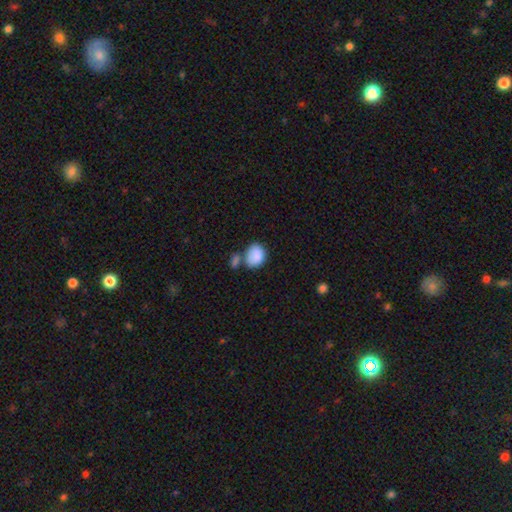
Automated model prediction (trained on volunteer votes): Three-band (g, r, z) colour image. It shows a smooth galaxy with no disk features (87%) that is in between round and cigar-shaped (62%). Merging: none (46%).